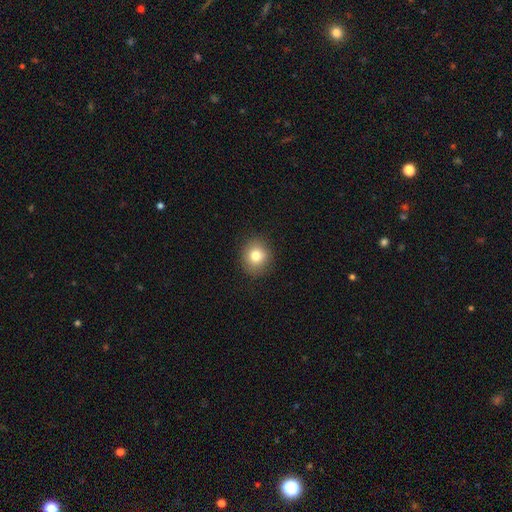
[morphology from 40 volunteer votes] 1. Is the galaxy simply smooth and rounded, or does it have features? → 82% smooth, 10% featured or disk, 8% star or artifact.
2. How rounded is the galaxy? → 76% round, 24% in between, 0% cigar-shaped.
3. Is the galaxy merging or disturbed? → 89% none, 8% minor disturbance, 3% major disturbance, 0% merger.